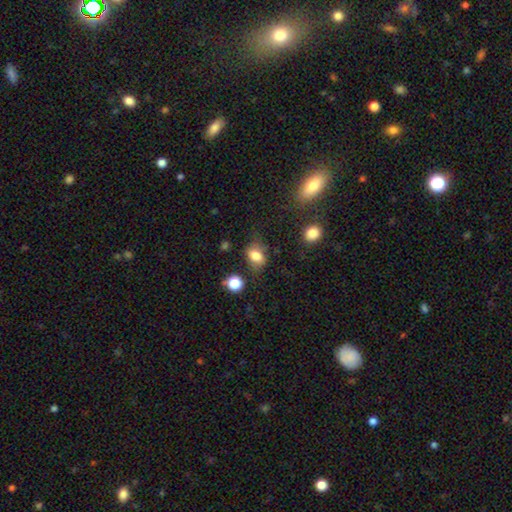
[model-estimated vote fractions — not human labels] Smooth or featured? smooth (77%)
How rounded? in between (74%)
Merging? none (64%)